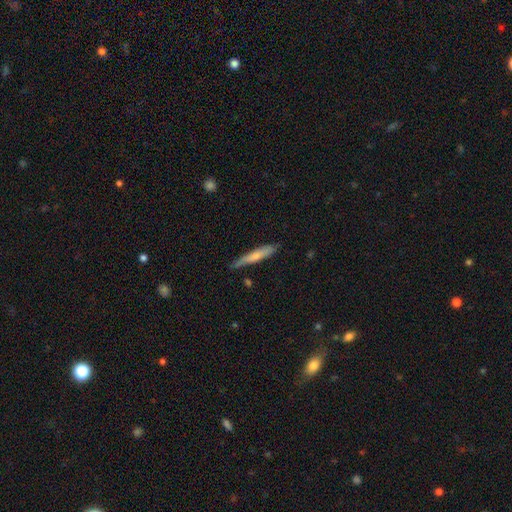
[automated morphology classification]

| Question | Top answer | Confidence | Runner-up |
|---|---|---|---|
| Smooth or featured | smooth | 66% | featured or disk (29%) |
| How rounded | cigar-shaped | 92% | in between (6%) |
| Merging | none | 77% | minor disturbance (18%) |